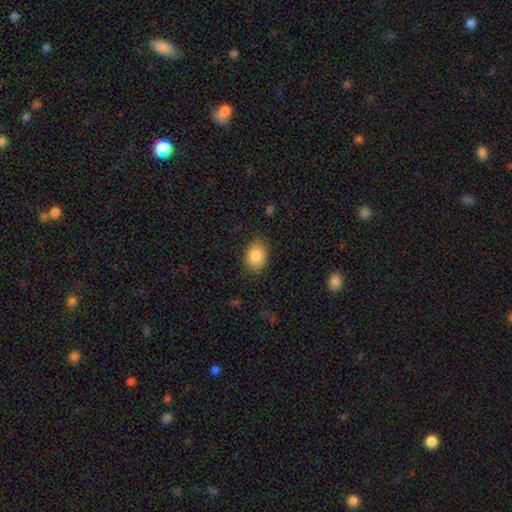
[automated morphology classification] Q: Smooth or featured?
A: smooth (87%); runner-up: star or artifact (7%)
Q: How rounded?
A: in between (78%); runner-up: round (21%)
Q: Merging?
A: none (85%); runner-up: minor disturbance (12%)